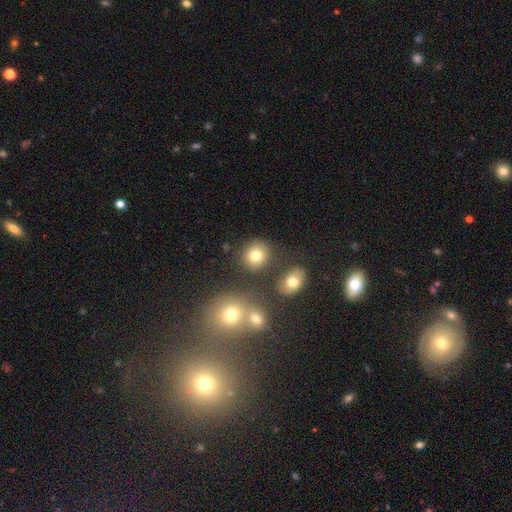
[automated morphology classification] smooth-or-featured: smooth: 79% | star or artifact: 13% | featured or disk: 8%
  how-rounded: round: 83% | in between: 16% | cigar-shaped: 1%
  merging: none: 80% | minor disturbance: 9% | merger: 8% | major disturbance: 4%